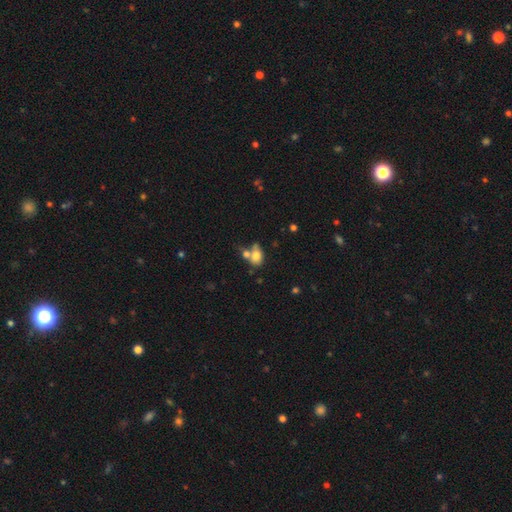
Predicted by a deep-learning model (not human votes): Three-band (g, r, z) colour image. It shows a smooth galaxy with no disk features (74%) that is in between round and cigar-shaped (72%). Merging: merger (48%).